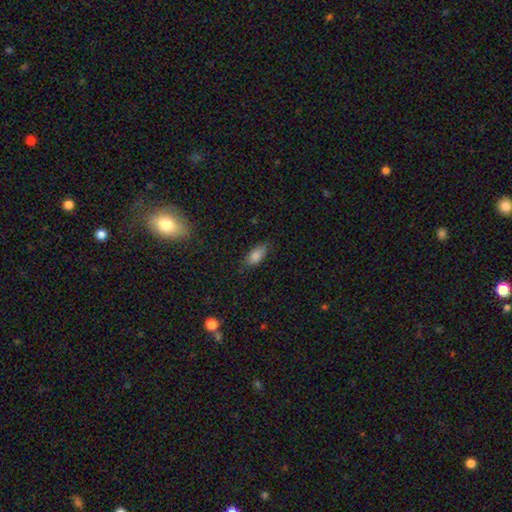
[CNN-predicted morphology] This is clearly a smooth galaxy (84%). How rounded: clearly in between (86%). Merging: likely none (74%).